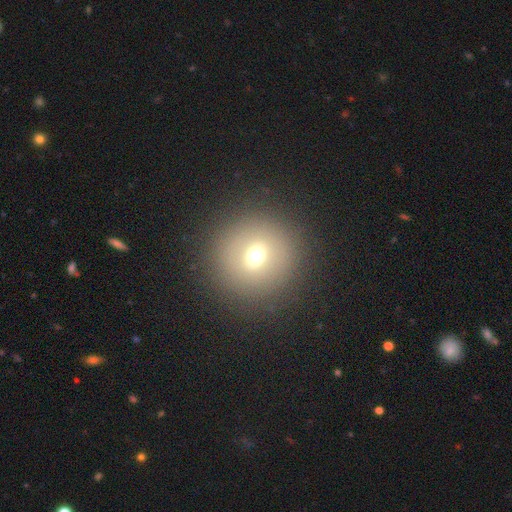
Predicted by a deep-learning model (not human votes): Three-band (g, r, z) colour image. It shows a smooth galaxy with no disk features (63%) that is round (93%). Merging: none (89%).